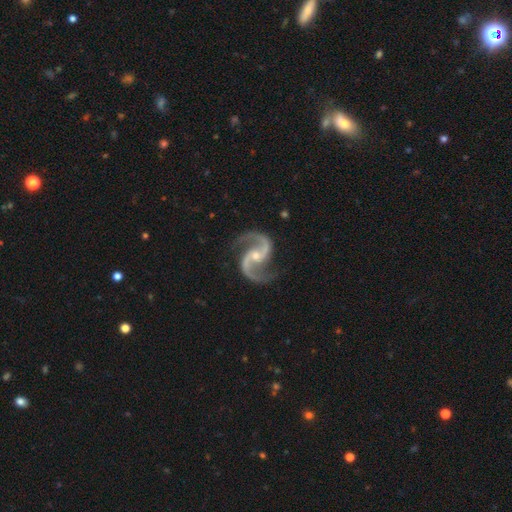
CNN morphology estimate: Overall: featured or disk (95%). Edge-on disk: no (98%). Bar: no (46%; weak 39%). Spiral arms: yes (99%). Spiral arm count: 2 (95%). Spiral winding: medium (56%; loose 36%). Bulge size: small (53%; moderate 43%). Merging: none (80%).